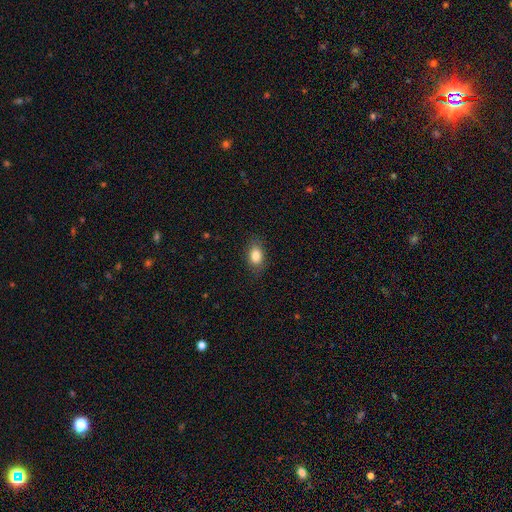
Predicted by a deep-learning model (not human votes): Smooth or featured: smooth — 84% (star or artifact — 8%)
How rounded: in between — 83% (round — 15%)
Merging: none — 83% (minor disturbance — 12%)